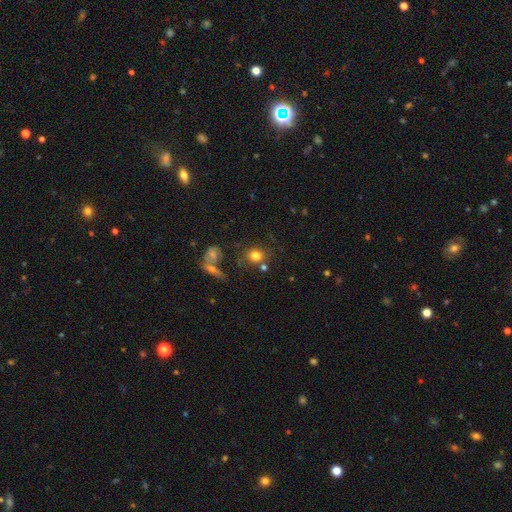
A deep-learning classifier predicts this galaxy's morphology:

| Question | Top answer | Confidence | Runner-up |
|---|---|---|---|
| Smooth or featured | smooth | 78% | star or artifact (12%) |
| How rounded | round | 78% | in between (20%) |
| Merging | none | 67% | merger (14%) |